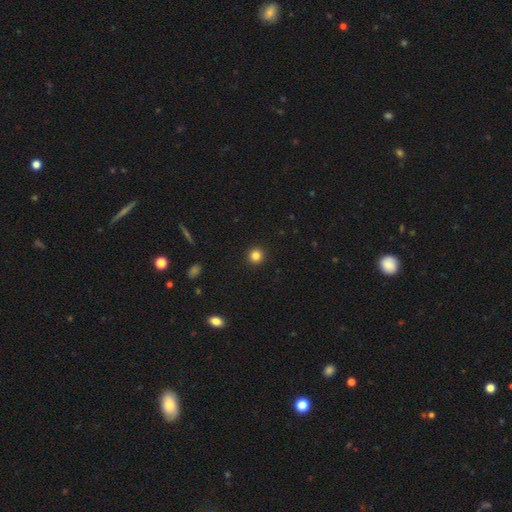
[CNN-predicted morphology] Q: Smooth or featured?
A: smooth (84%); runner-up: star or artifact (12%)
Q: How rounded?
A: round (94%); runner-up: in between (5%)
Q: Merging?
A: none (93%); runner-up: minor disturbance (4%)